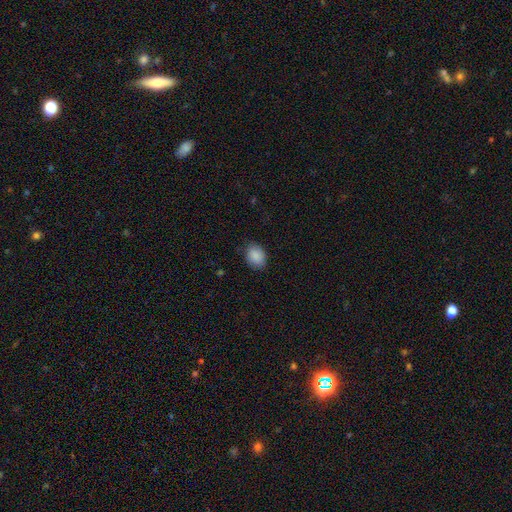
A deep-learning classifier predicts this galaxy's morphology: Smooth or featured: smooth — 89% (star or artifact — 7%)
How rounded: in between — 65% (round — 34%)
Merging: none — 83% (minor disturbance — 13%)